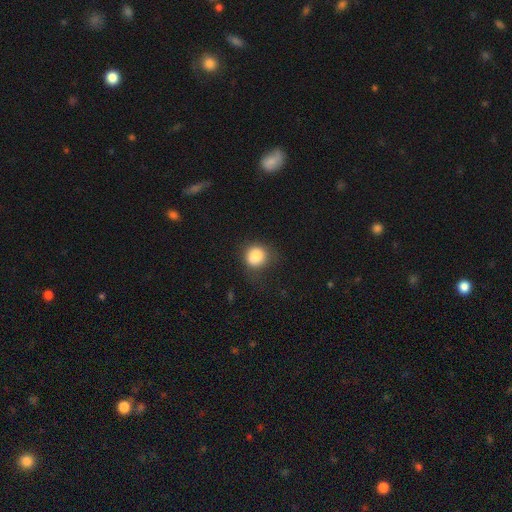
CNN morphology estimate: Smooth or featured: smooth — 82% (star or artifact — 10%)
How rounded: round — 76% (in between — 23%)
Merging: none — 56% (minor disturbance — 28%)